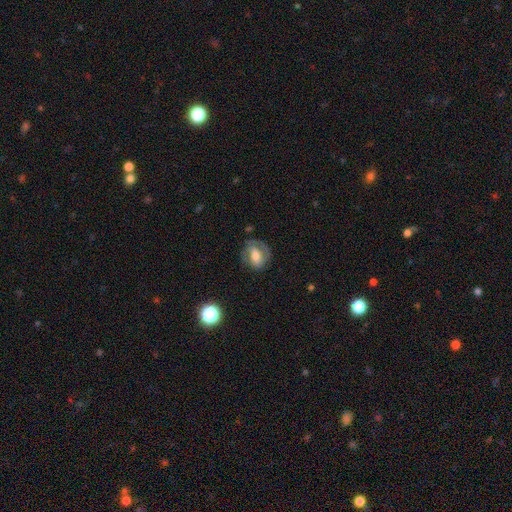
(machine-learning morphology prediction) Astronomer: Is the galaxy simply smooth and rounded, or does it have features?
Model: featured or disk — 55% (runner-up: smooth, 36%).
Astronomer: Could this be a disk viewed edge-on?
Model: no — 96%.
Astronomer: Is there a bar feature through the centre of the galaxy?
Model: no — 41% (runner-up: weak, 39%).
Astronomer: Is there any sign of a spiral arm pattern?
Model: yes — 75%.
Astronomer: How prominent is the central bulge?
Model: moderate — 54%.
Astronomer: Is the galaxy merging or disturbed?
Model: none — 63%.